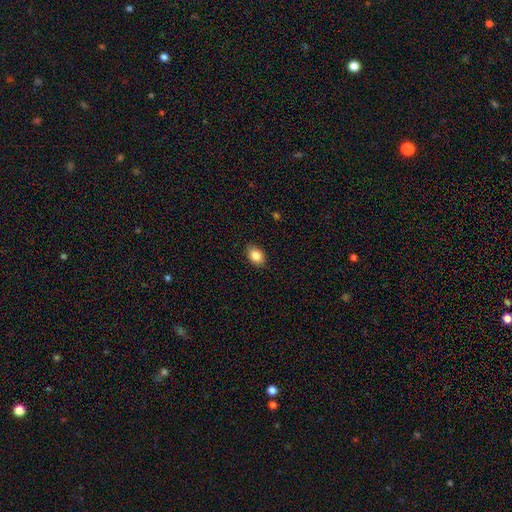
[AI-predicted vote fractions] Smooth or featured: smooth — 86% (star or artifact — 8%)
How rounded: in between — 81% (round — 18%)
Merging: none — 87% (minor disturbance — 10%)